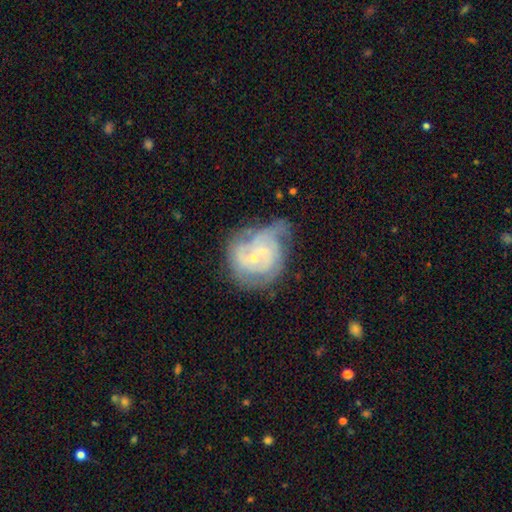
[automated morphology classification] The model was most divided on "spiral arm count": can't tell: 32%, 2: 27%, 3: 24%, 4: 8%, 1: 5%, more than 4: 4%. Remaining: edge-on disk — no (98%); spiral arms — yes (91%); smooth or featured — featured or disk (79%); bulge size — small (70%); spiral winding — tight (63%); bar — no (62%); merging — none (44%).